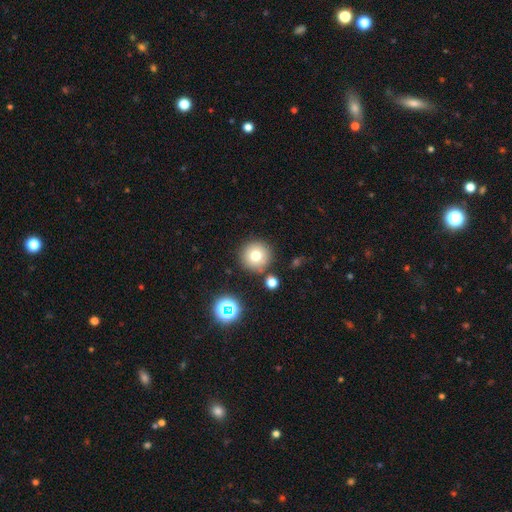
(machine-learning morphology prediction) type=smooth (74%); roundness=round (96%); merging=none (84%).